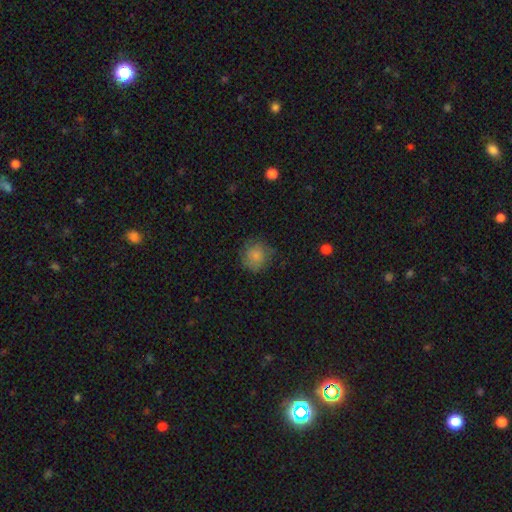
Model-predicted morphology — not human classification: The model was most divided on "merging": none: 70%, minor disturbance: 21%, major disturbance: 8%, merger: 1%. More confident: how rounded — round (86%); smooth or featured — smooth (74%).